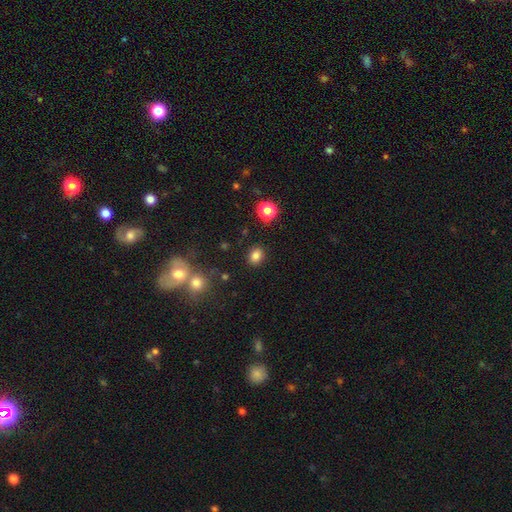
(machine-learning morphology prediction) Smooth or featured? smooth (81%)
How rounded? round (51%)
Merging? none (86%)